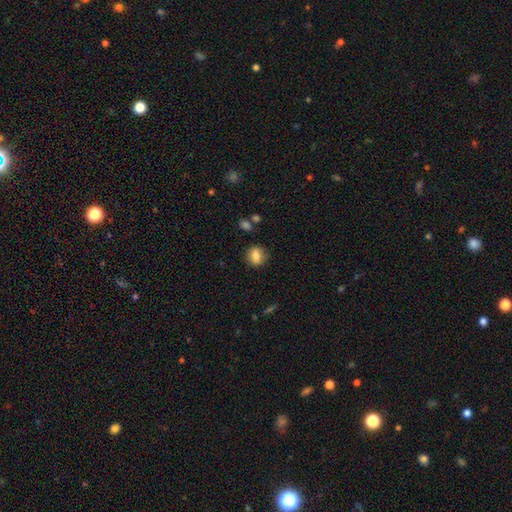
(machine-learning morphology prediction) This appears to be a smooth galaxy with no disk features (77%) that is round (64%). Merging: none (84%).